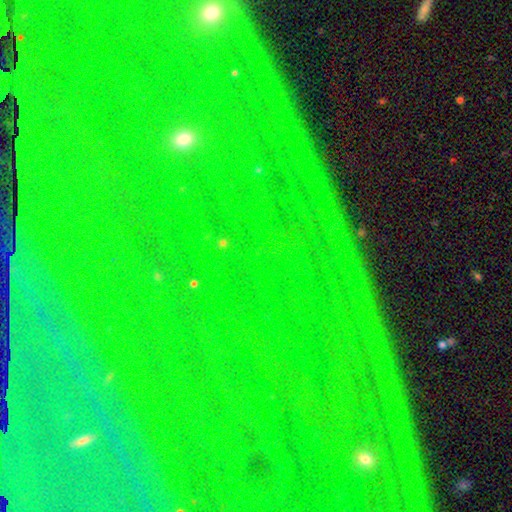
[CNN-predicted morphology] This is clearly a star or artifact rather than a galaxy (85%).